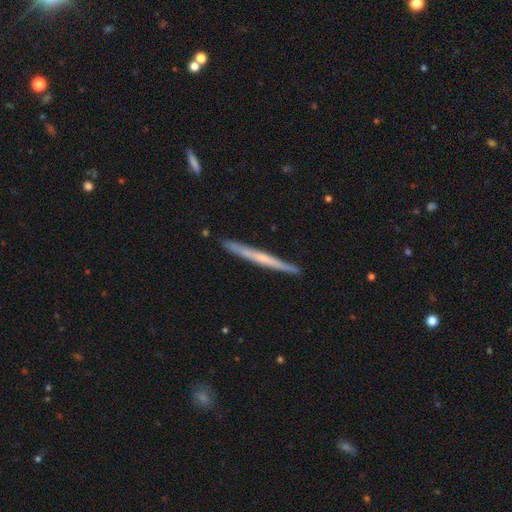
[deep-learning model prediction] smooth-or-featured: featured or disk: 61% | smooth: 32% | star or artifact: 7%
  disk-edge-on: yes: 97% | no: 3%
    edge-on-bulge: none: 61% | rounded: 34% | boxy: 5%
  merging: none: 90% | minor disturbance: 8% | merger: 1% | major disturbance: 1%